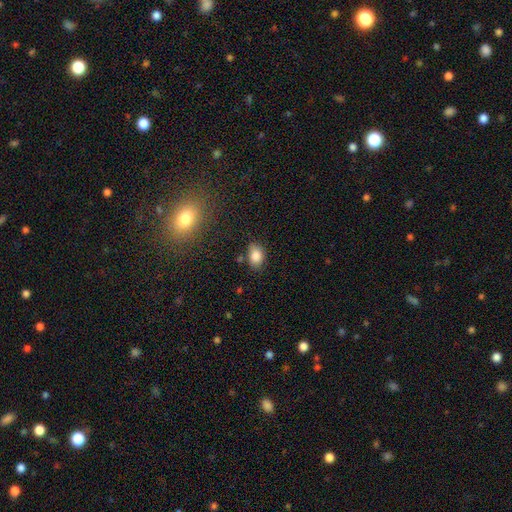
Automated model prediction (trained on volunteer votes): Smooth or featured: smooth — 86% (star or artifact — 9%)
How rounded: in between — 81% (round — 17%)
Merging: none — 74% (minor disturbance — 18%)